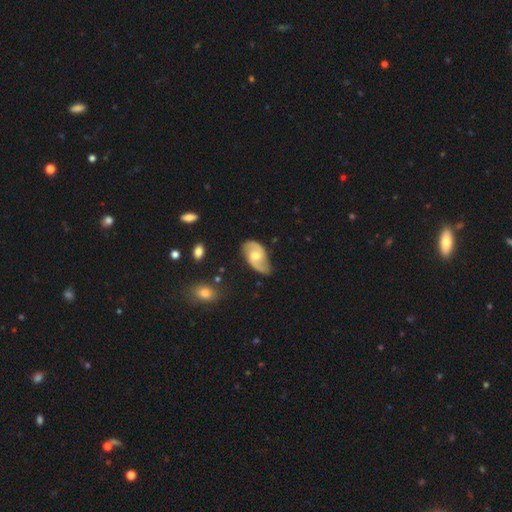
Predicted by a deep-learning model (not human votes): smooth-or-featured: featured or disk: 80% | smooth: 16% | star or artifact: 5%
  disk-edge-on: no: 97% | yes: 3%
    bar: no: 52% | weak: 41% | strong: 7%
    has-spiral-arms: yes: 94% | no: 6%
      spiral-winding: medium: 45% | loose: 40% | tight: 16%
      spiral-arm-count: 2: 90% | can't tell: 4% | 1: 2% | 3: 1% | 4: 1% | more than 4: 1%
    bulge-size: moderate: 64% | small: 29% | large: 4% | none: 2% | dominant: 1%
  merging: none: 72% | minor disturbance: 21% | major disturbance: 5% | merger: 2%